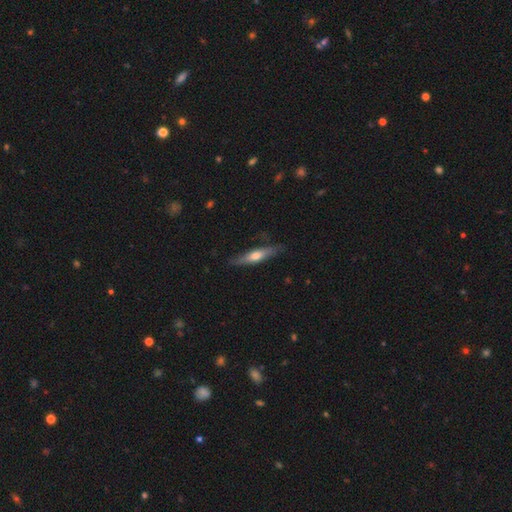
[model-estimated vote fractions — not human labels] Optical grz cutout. It shows a featured or disk galaxy (50%) viewed edge-on (86%). Merging: none (78%).